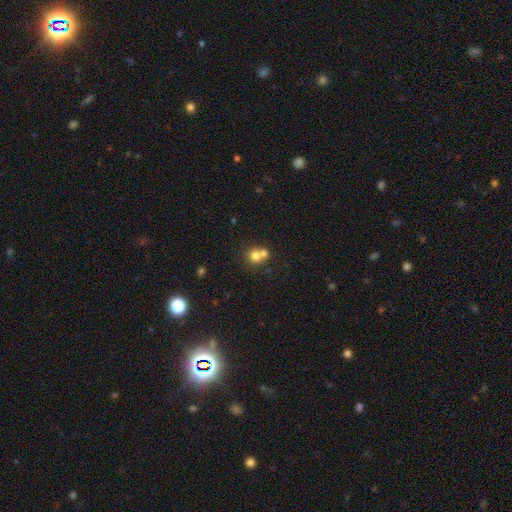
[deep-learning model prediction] Q: Smooth or featured?
A: smooth (73%); runner-up: featured or disk (15%)
Q: How rounded?
A: round (83%); runner-up: in between (16%)
Q: Merging?
A: merger (54%); runner-up: none (37%)